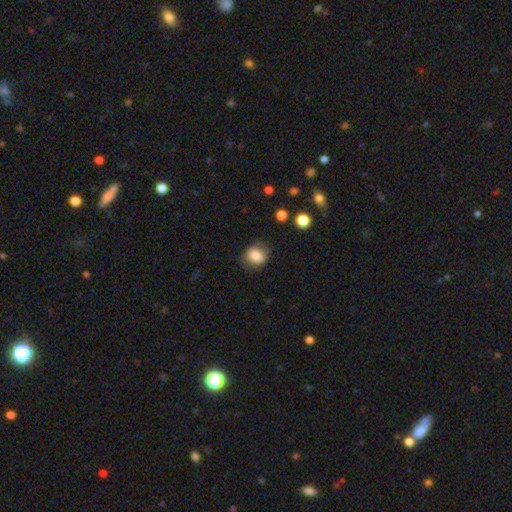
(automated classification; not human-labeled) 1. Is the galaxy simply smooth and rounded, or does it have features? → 83% smooth, 9% star or artifact, 8% featured or disk.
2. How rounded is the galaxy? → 50% round, 49% in between, 1% cigar-shaped.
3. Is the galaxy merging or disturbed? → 72% none, 20% minor disturbance, 7% major disturbance, 2% merger.